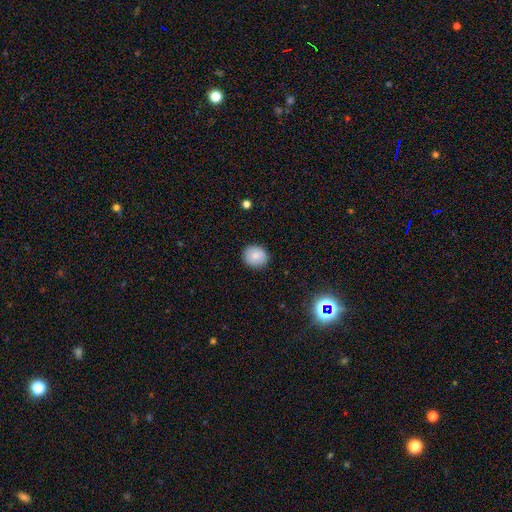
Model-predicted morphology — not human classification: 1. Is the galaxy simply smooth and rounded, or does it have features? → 83% smooth, 9% featured or disk, 8% star or artifact.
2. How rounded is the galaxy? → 81% round, 18% in between, 1% cigar-shaped.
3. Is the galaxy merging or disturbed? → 89% none, 8% minor disturbance, 2% major disturbance, 1% merger.